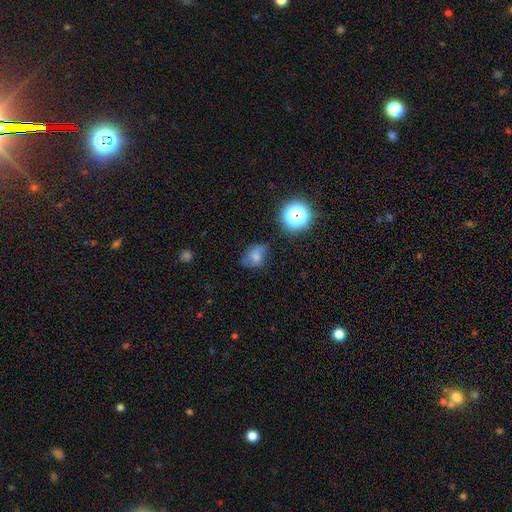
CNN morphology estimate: This appears to be a smooth galaxy with no disk features (61%) that is in between round and cigar-shaped (56%). Merging: none (40%).